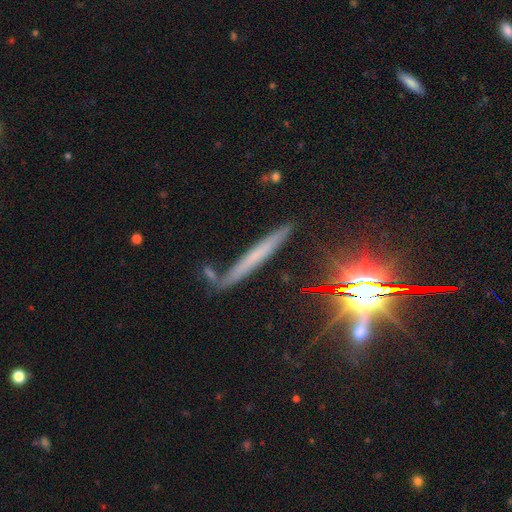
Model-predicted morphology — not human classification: Smooth or featured: smooth — 41% (featured or disk — 37%)
Merging: none — 71% (minor disturbance — 17%)